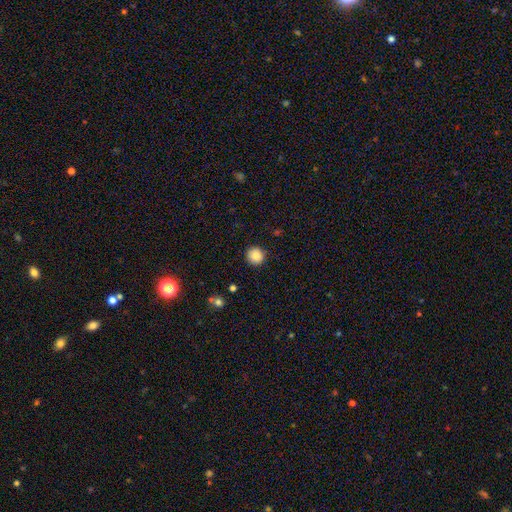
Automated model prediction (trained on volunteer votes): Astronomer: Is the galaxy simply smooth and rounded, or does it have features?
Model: smooth — 87%.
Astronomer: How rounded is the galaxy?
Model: round — 94%.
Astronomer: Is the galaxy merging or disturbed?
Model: none — 91%.